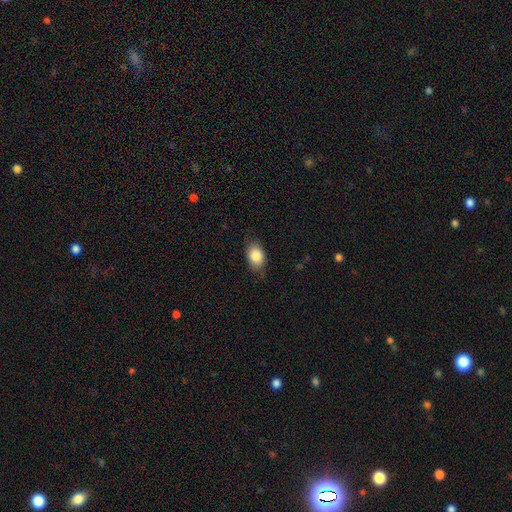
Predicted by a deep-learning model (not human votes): smooth 86%, star or artifact 7%, featured or disk 6%. Down the decision tree: how rounded — in between (82%); merging — none (77%).